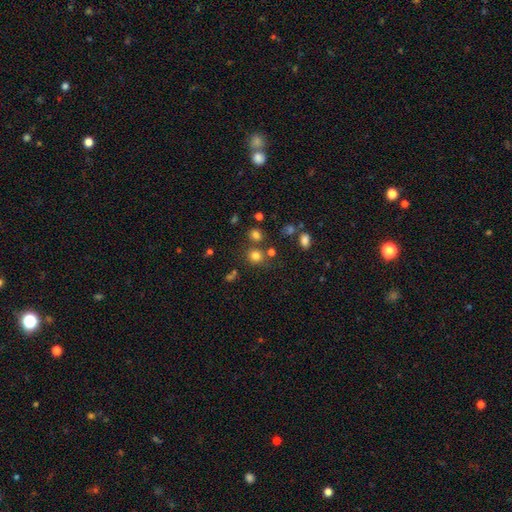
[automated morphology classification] A smooth galaxy with no disk features (76%) that is round (84%).

Vote fractions:
- Smooth or featured? smooth: 76% / star or artifact: 17% / featured or disk: 7%
- How rounded? round: 84% / in between: 15% / cigar-shaped: 1%
- Merging? none: 73% / merger: 13% / minor disturbance: 10% / major disturbance: 4%